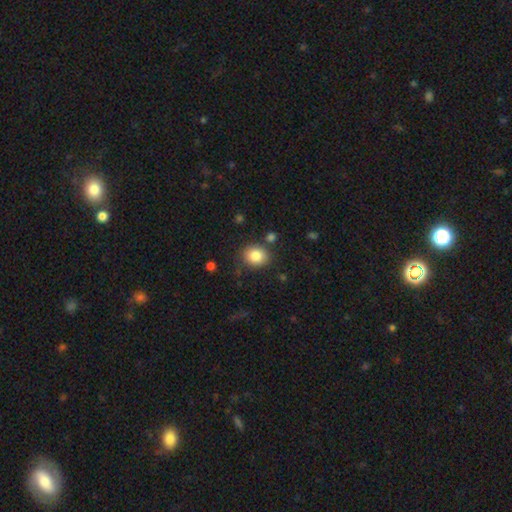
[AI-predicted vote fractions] This appears to be a smooth galaxy with no disk features (85%) that is round (62%). Merging: none (81%).